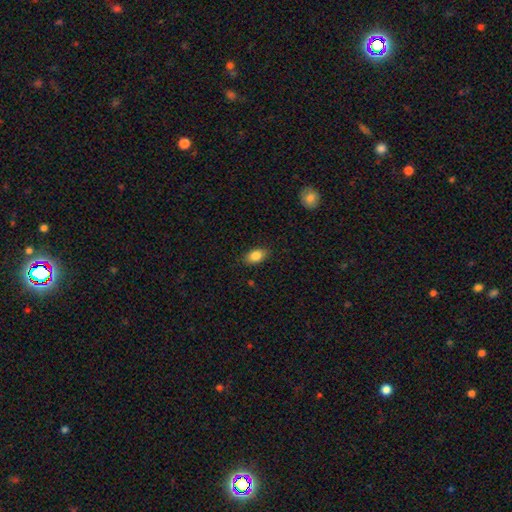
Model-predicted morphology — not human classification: Q: Smooth or featured?
A: smooth (85%); runner-up: star or artifact (8%)
Q: How rounded?
A: in between (88%); runner-up: round (10%)
Q: Merging?
A: none (86%); runner-up: minor disturbance (11%)